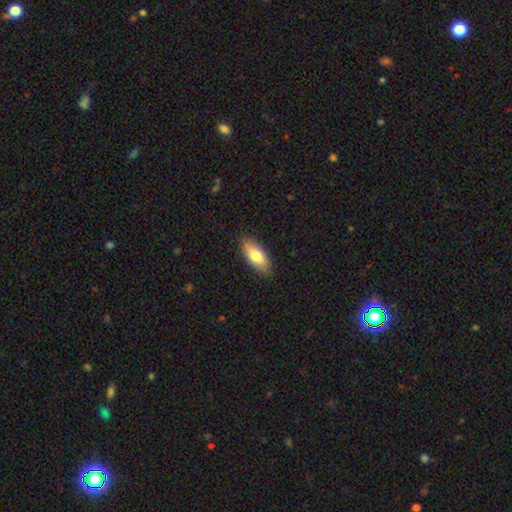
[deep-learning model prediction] Smooth or featured: smooth — 76% (featured or disk — 18%)
How rounded: in between — 81% (cigar-shaped — 17%)
Merging: none — 86% (minor disturbance — 11%)